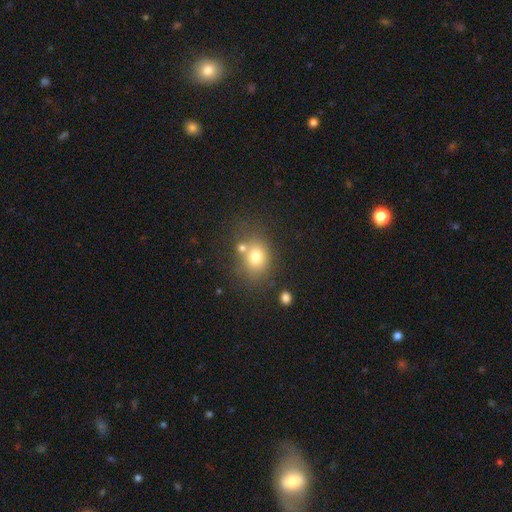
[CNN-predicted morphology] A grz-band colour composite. It shows a smooth galaxy with no disk features (74%) that is round (55%). Merging: none (58%).